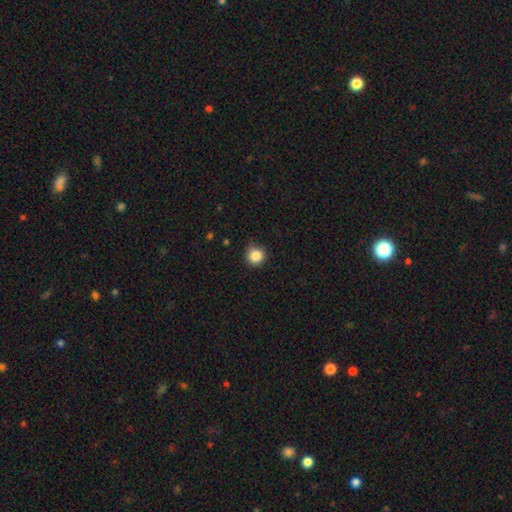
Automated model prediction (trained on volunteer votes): Smooth or featured: smooth — 86% (star or artifact — 10%)
How rounded: round — 93% (in between — 6%)
Merging: none — 83% (minor disturbance — 14%)